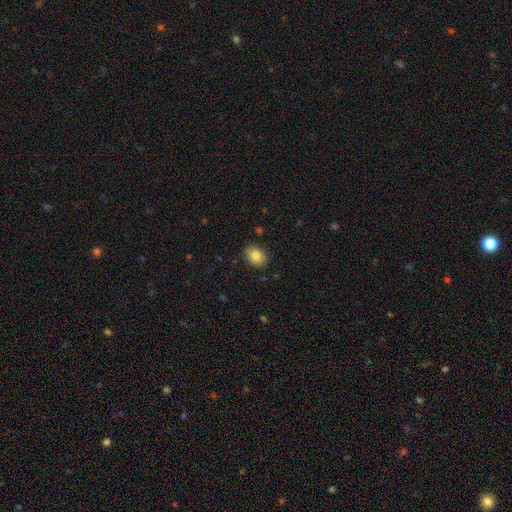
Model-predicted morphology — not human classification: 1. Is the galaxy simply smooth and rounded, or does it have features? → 82% smooth, 10% featured or disk, 8% star or artifact.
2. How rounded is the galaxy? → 66% in between, 33% round, 1% cigar-shaped.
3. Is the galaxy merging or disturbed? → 86% none, 10% minor disturbance, 2% major disturbance, 1% merger.